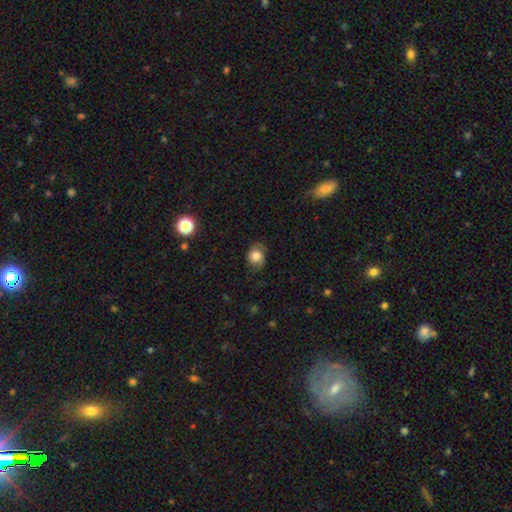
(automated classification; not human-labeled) Q: Smooth or featured?
A: smooth (74%); runner-up: featured or disk (16%)
Q: How rounded?
A: round (61%); runner-up: in between (38%)
Q: Merging?
A: none (67%); runner-up: minor disturbance (24%)